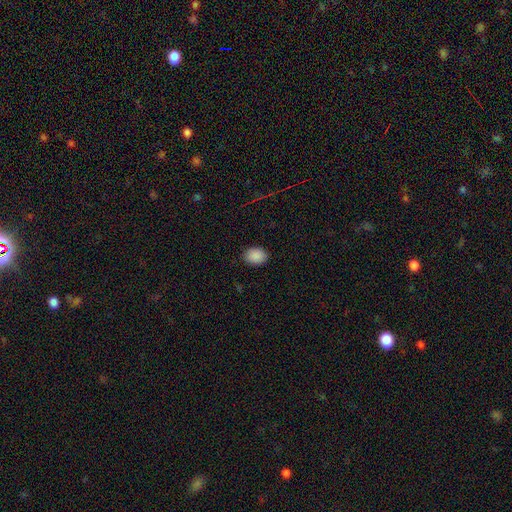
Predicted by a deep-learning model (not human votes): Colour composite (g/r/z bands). It shows a smooth galaxy with no disk features (89%) that is in between round and cigar-shaped (74%). Merging: none (87%).